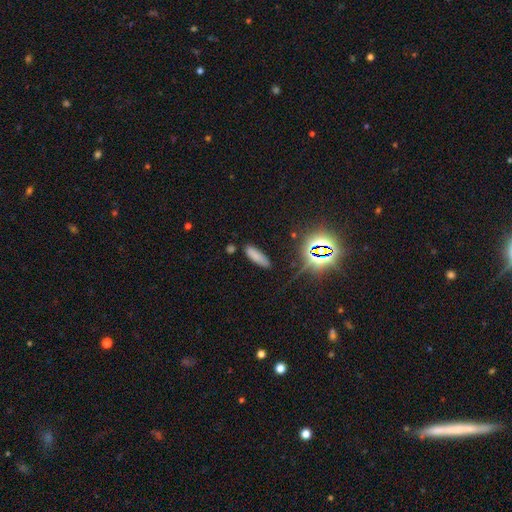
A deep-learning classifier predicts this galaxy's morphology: The model was most divided on "how rounded": cigar-shaped: 55%, in between: 43%, round: 2%. More confident: merging — none (83%); smooth or featured — smooth (74%).